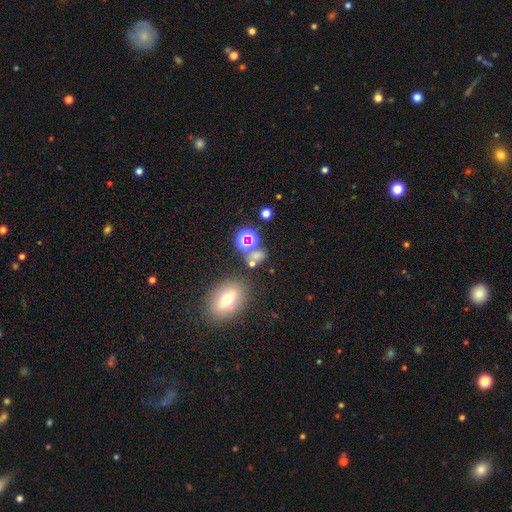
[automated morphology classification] type=smooth (50%); roundness=round (55%); merging=none (60%).